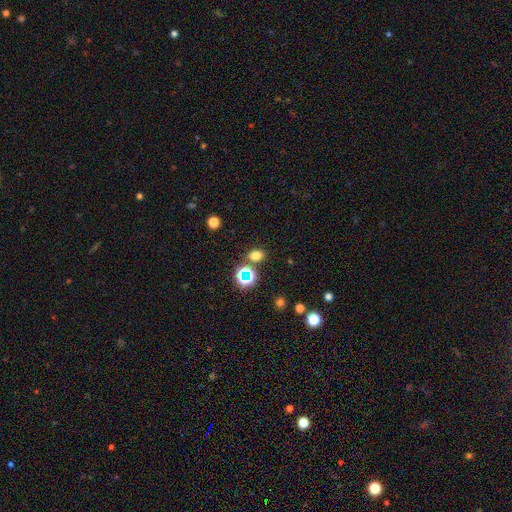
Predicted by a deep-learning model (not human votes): Smooth or featured: smooth — 71% (star or artifact — 23%)
How rounded: in between — 55% (round — 44%)
Merging: none — 80% (minor disturbance — 9%)